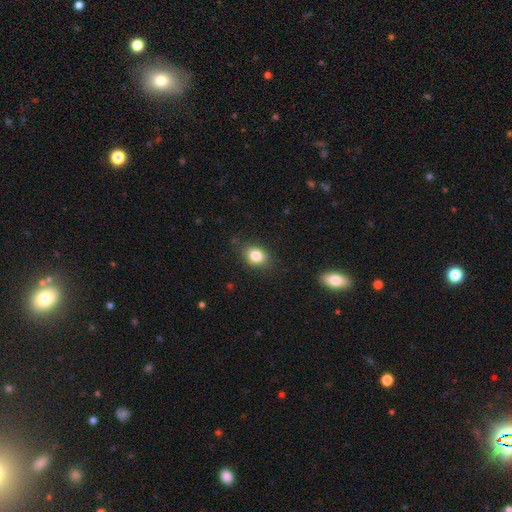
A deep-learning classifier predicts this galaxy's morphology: smooth 81%, star or artifact 10%, featured or disk 8%. Down the decision tree: how rounded — in between (63%); merging — none (79%).